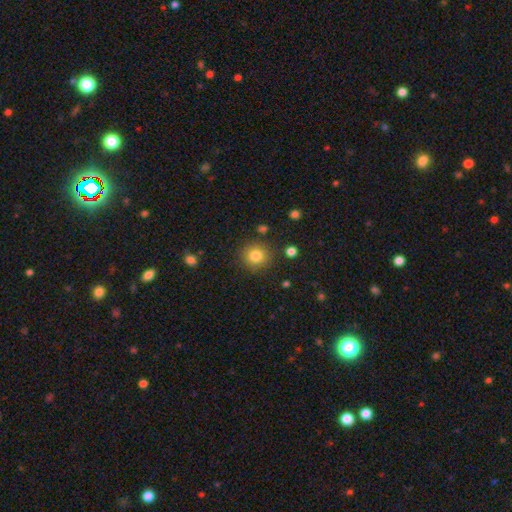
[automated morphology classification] smooth_or_featured: smooth (p=0.82) [alt: star or artifact p=0.11]
how_rounded: round (p=0.91) [alt: in between p=0.08]
merging: none (p=0.86) [alt: minor disturbance p=0.08]